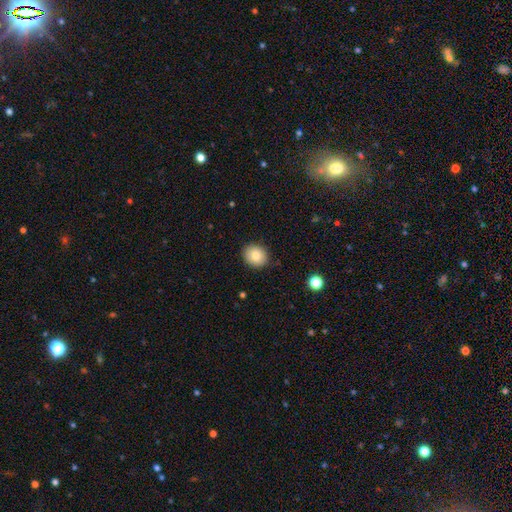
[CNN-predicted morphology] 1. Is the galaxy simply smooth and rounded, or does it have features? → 84% smooth, 9% star or artifact, 7% featured or disk.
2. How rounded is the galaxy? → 63% round, 36% in between, 1% cigar-shaped.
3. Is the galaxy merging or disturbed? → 87% none, 9% minor disturbance, 2% major disturbance, 1% merger.